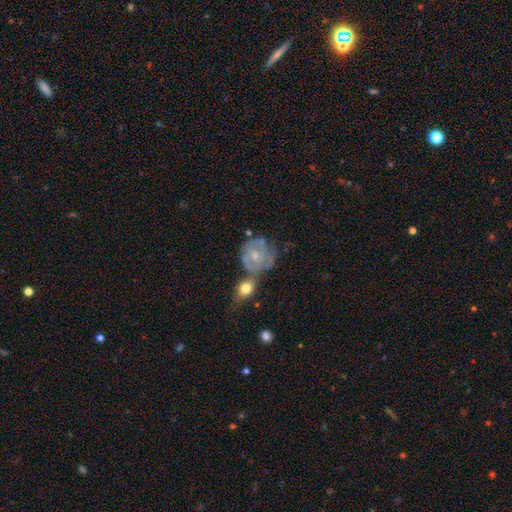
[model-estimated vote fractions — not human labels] smooth-or-featured: featured or disk: 70% | smooth: 24% | star or artifact: 6%
  disk-edge-on: no: 97% | yes: 3%
    bar: no: 69% | weak: 26% | strong: 4%
    has-spiral-arms: yes: 80% | no: 20%
      spiral-winding: tight: 59% | medium: 31% | loose: 10%
      spiral-arm-count: can't tell: 41% | 2: 27% | 3: 18% | 4: 5% | 1: 5% | more than 4: 4%
    bulge-size: small: 51% | moderate: 39% | none: 6% | large: 2% | dominant: 1%
  merging: none: 40% | merger: 28% | minor disturbance: 20% | major disturbance: 12%